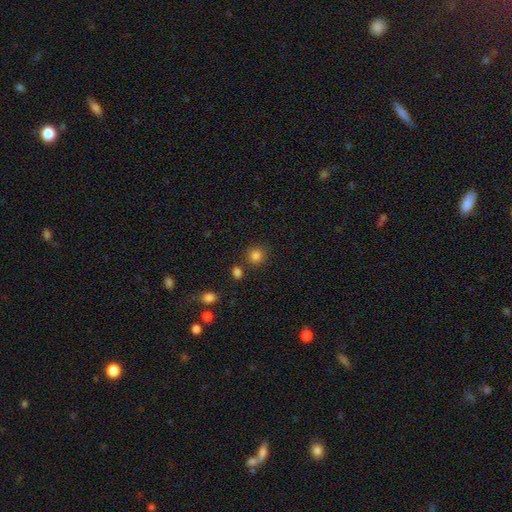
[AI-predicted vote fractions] A smooth galaxy with no disk features (83%) that is round (89%). Merging: none (81%).